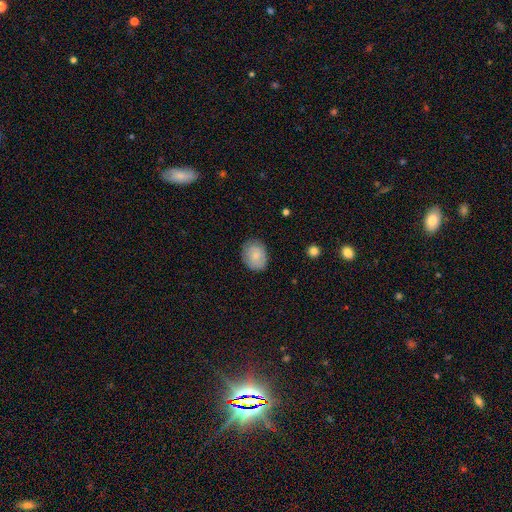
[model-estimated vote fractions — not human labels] Overall: smooth (75%). How rounded: in between (54%; round 45%). Merging: none (80%).